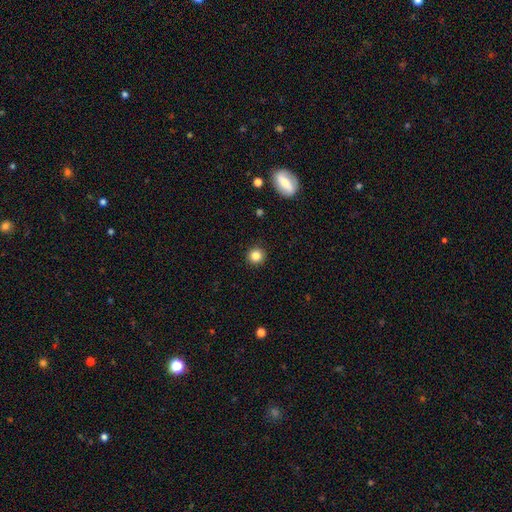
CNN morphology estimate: smooth-or-featured: smooth: 84% | star or artifact: 11% | featured or disk: 4%
  how-rounded: round: 95% | in between: 4% | cigar-shaped: 1%
  merging: none: 92% | minor disturbance: 5% | major disturbance: 2% | merger: 1%